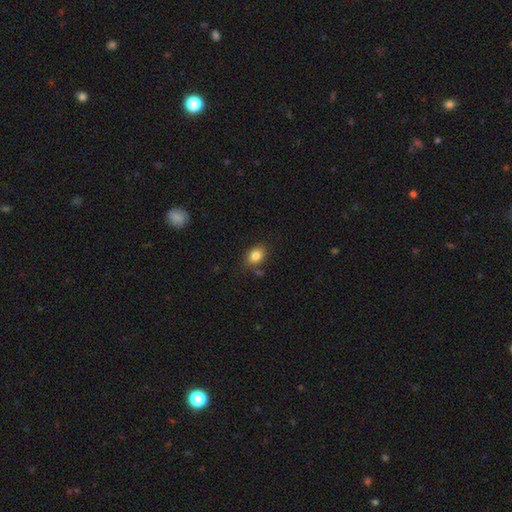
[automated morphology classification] type=smooth (83%); roundness=in between (69%); merging=none (77%).